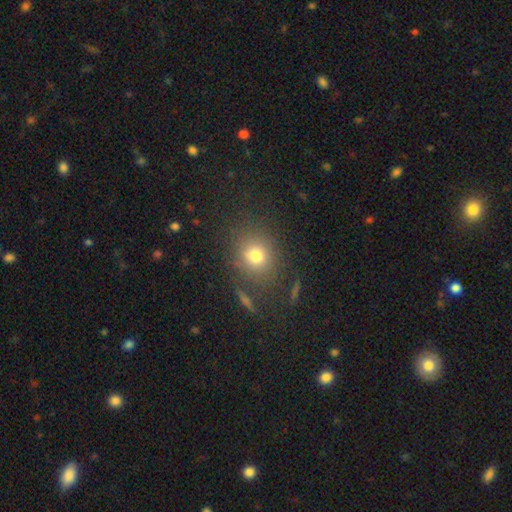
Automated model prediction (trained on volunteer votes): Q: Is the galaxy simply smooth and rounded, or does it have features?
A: smooth — 75%.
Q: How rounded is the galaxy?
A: round — 75%.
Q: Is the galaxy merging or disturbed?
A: none — 80%.